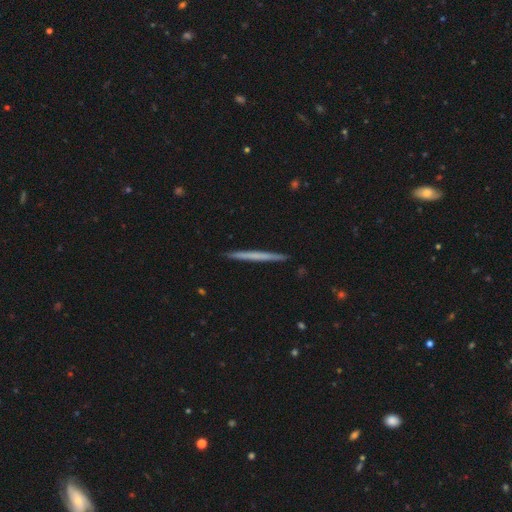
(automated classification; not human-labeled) smooth-or-featured: smooth: 48% | featured or disk: 47% | star or artifact: 5%
  merging: none: 93% | minor disturbance: 5% | major disturbance: 1% | merger: 1%